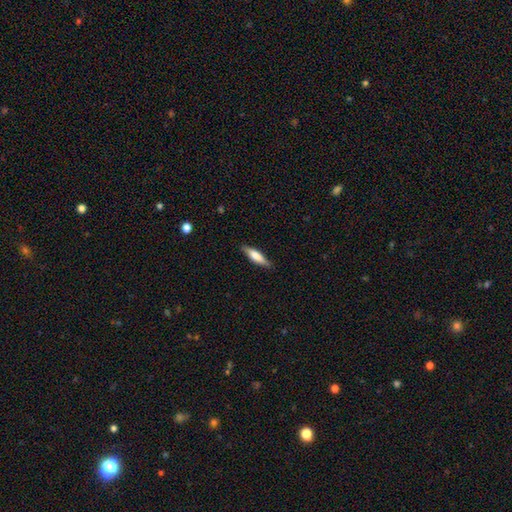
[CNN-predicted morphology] smooth_or_featured: smooth (p=0.65) [alt: featured or disk p=0.29]
how_rounded: cigar-shaped (p=0.71) [alt: in between p=0.27]
merging: none (p=0.86) [alt: minor disturbance p=0.11]